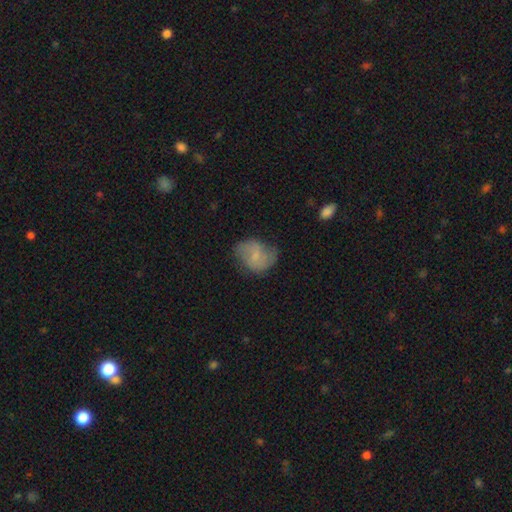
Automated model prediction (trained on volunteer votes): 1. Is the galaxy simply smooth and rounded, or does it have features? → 46% smooth (tied), 46% featured or disk (tied), 8% star or artifact.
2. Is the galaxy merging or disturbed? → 58% none, 28% minor disturbance, 12% major disturbance, 2% merger.